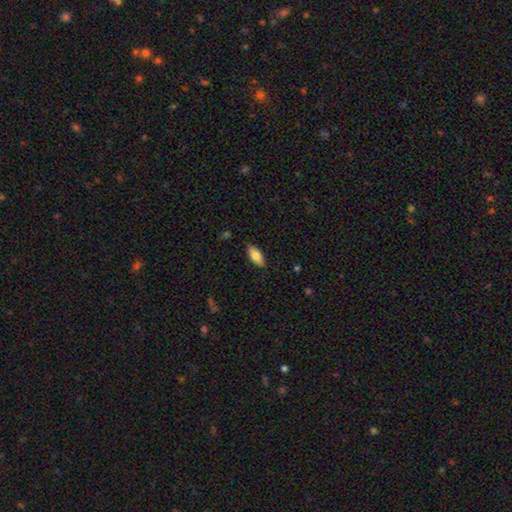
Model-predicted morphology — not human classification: smooth_or_featured: smooth (p=0.81) [alt: featured or disk p=0.12]
how_rounded: in between (p=0.87) [alt: cigar-shaped p=0.11]
merging: none (p=0.86) [alt: minor disturbance p=0.11]